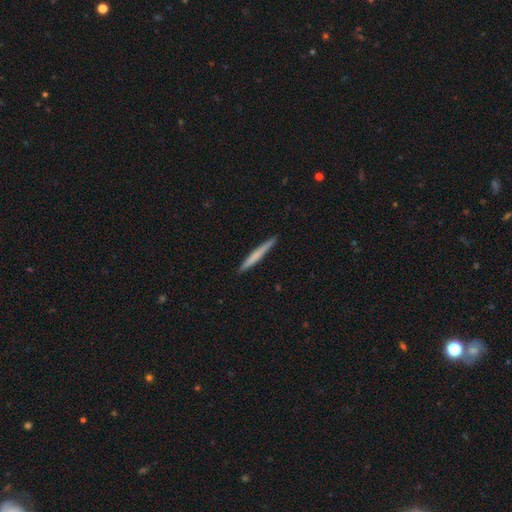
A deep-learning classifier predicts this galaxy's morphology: Smooth or featured: smooth — 62% (featured or disk — 33%)
How rounded: cigar-shaped — 97% (in between — 2%)
Merging: none — 92% (minor disturbance — 6%)